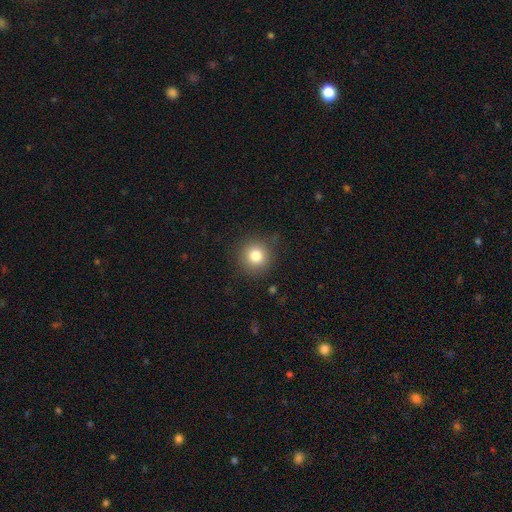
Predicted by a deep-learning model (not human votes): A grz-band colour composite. It shows a smooth galaxy with no disk features (81%) that is round (93%). Merging: none (87%).